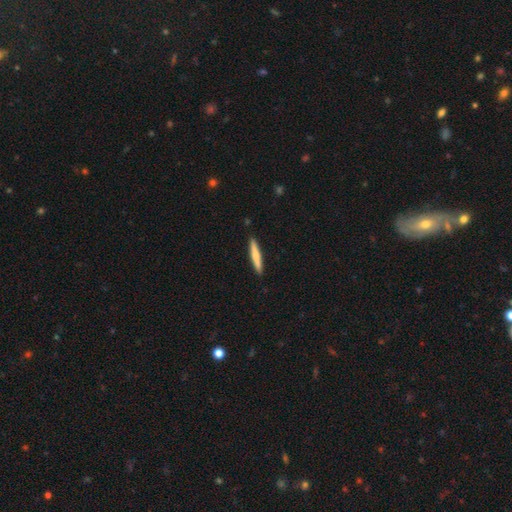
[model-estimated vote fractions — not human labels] Smooth or featured? smooth (67%)
How rounded? cigar-shaped (94%)
Merging? none (91%)